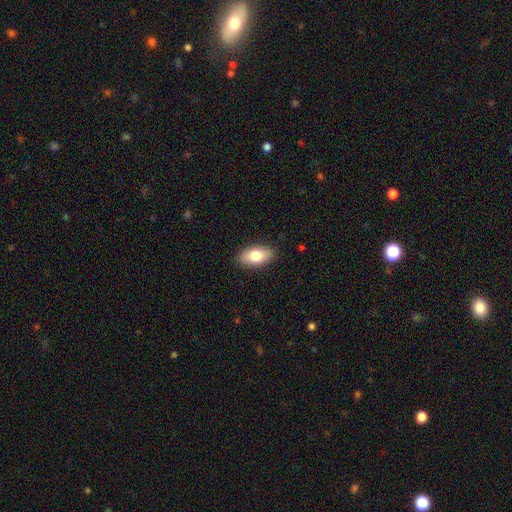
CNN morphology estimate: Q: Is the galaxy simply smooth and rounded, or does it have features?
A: smooth — 79%.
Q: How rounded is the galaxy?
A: in between — 90%.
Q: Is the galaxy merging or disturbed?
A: none — 87%.